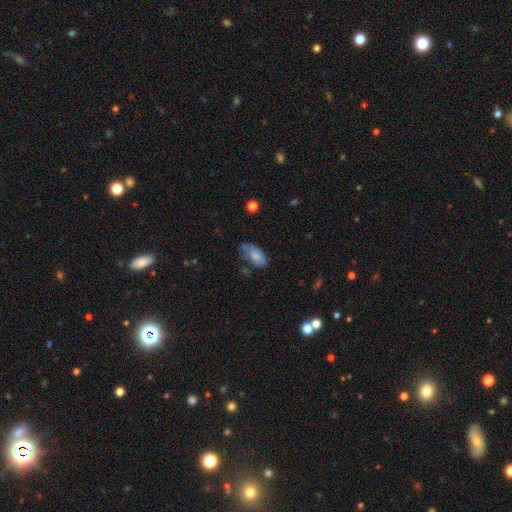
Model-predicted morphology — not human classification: smooth 75%, featured or disk 18%, star or artifact 7%. Down the decision tree: how rounded — in between (92%); merging — none (51%).